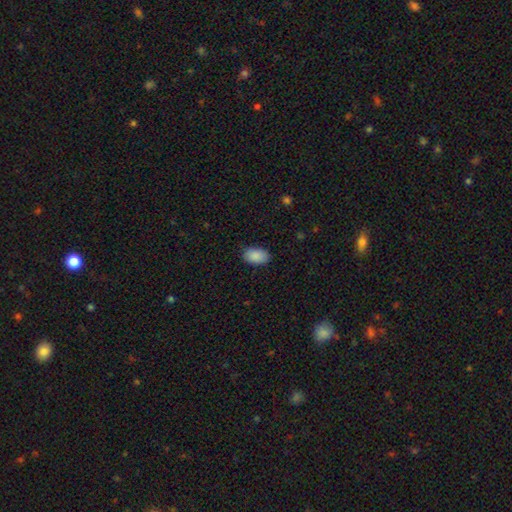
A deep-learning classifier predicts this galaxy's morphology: Overall: smooth (89%). How rounded: in between (92%). Merging: none (84%).